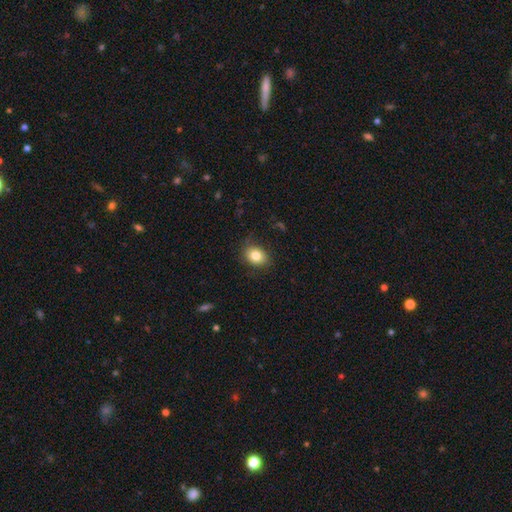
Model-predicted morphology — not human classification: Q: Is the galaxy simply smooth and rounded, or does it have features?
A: smooth — 81%.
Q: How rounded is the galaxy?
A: in between — 59%.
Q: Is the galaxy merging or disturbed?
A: none — 81%.